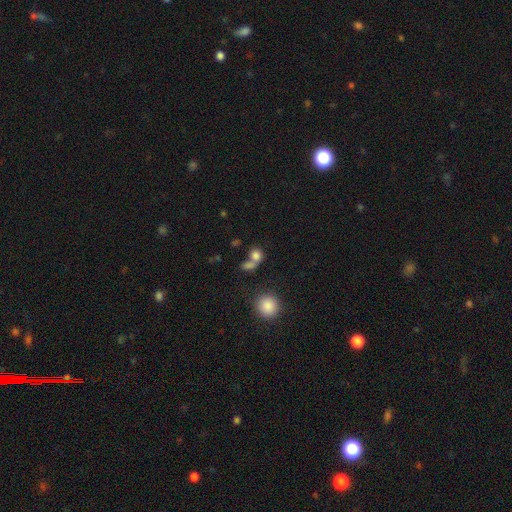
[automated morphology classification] This is likely a smooth galaxy (76%). How rounded: likely round (71%). Merging: possibly merger (46%).